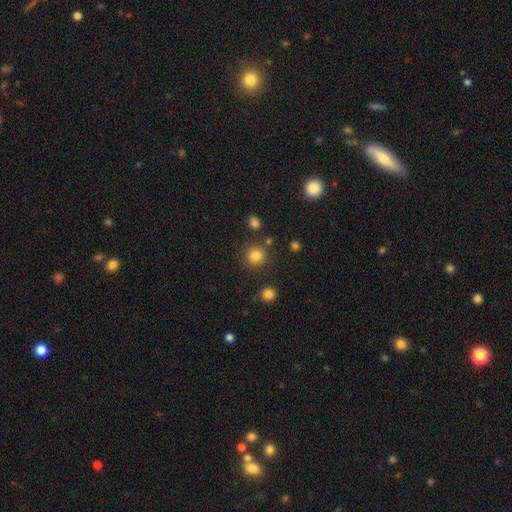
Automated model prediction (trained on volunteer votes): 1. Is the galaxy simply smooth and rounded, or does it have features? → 83% smooth, 12% star or artifact, 5% featured or disk.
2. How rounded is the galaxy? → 92% round, 7% in between, 1% cigar-shaped.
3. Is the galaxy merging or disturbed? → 86% none, 7% minor disturbance, 5% merger, 3% major disturbance.